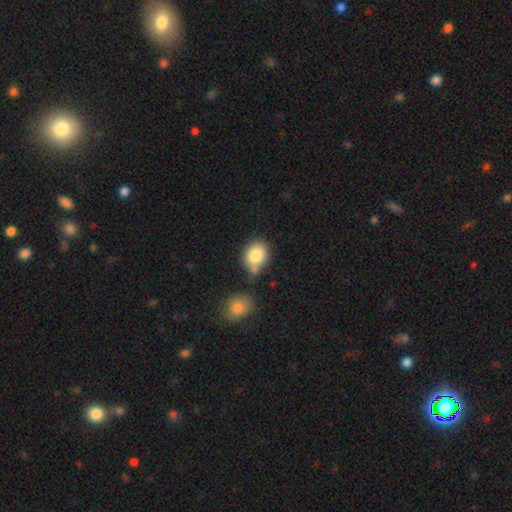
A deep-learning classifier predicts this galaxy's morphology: Overall: smooth (83%). How rounded: round (52%; in between 47%). Merging: none (55%; minor disturbance 21%).